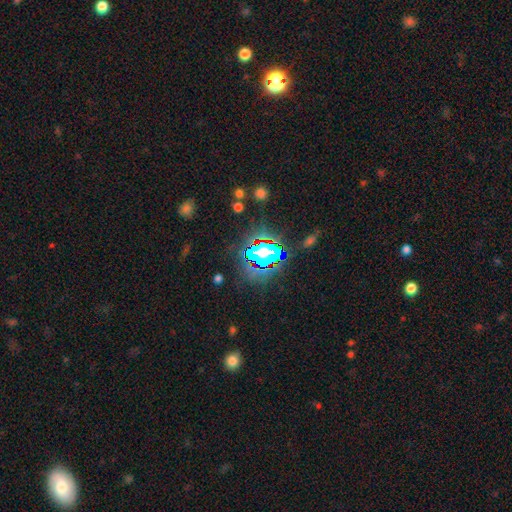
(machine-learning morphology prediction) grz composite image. It shows a star or artifact, not a galaxy (81%).